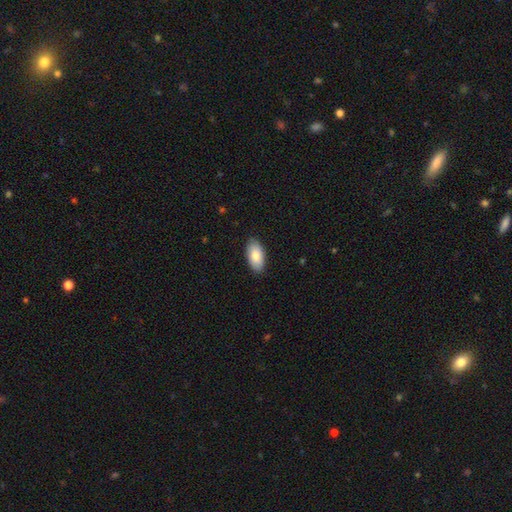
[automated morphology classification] The model was most divided on "smooth or featured": smooth: 80%, featured or disk: 14%, star or artifact: 6%. More confident: how rounded — in between (94%); merging — none (87%).